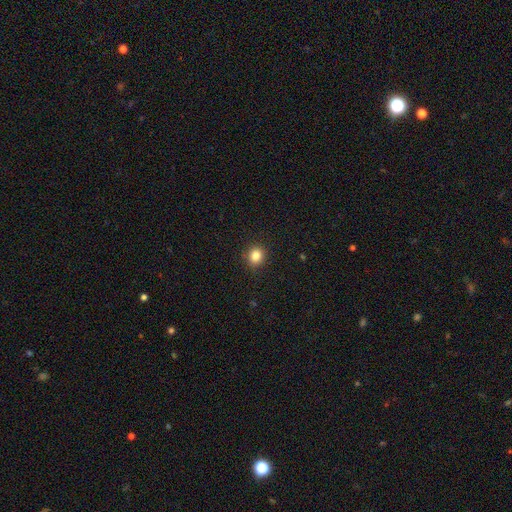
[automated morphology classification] This is clearly a smooth galaxy (84%). How rounded: clearly round (84%). Merging: clearly none (90%).